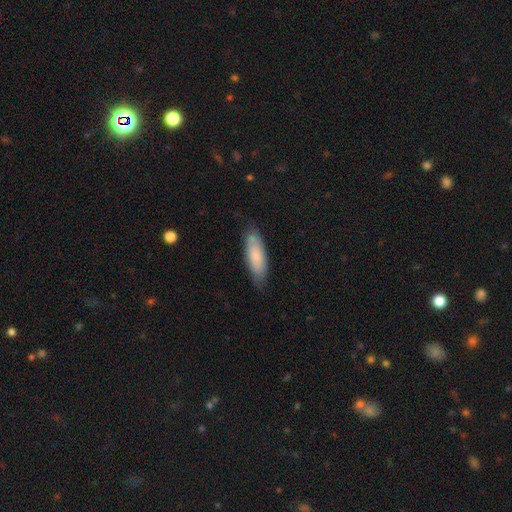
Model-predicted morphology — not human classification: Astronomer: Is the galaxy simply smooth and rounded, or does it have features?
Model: smooth — 76%.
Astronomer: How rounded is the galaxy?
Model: in between — 56% (runner-up: cigar-shaped, 43%).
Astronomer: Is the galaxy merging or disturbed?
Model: none — 76%.